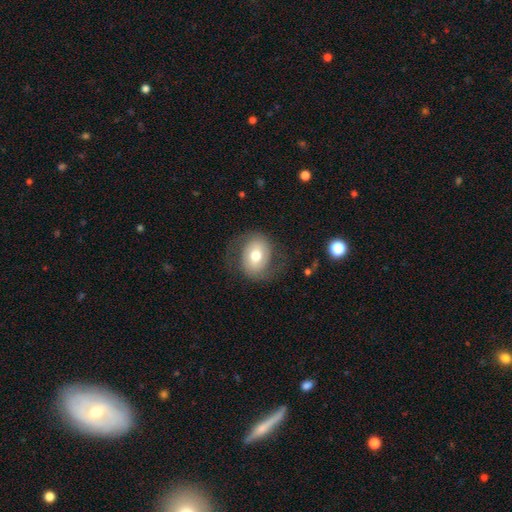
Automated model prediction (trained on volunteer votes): The model was most divided on "smooth or featured": featured or disk: 54%, smooth: 38%, star or artifact: 8%. More confident: edge-on disk — no (96%); spiral arms — yes (80%); bulge size — moderate (70%); merging — none (70%); bar — no (52%).